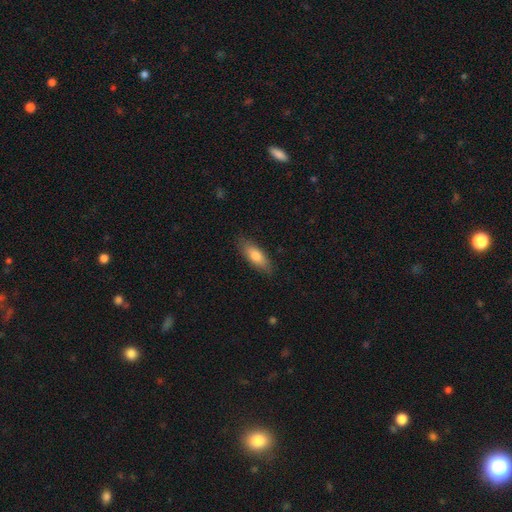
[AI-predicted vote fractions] A smooth galaxy with no disk features (78%) that is in between round and cigar-shaped (65%). Merging: none (83%).